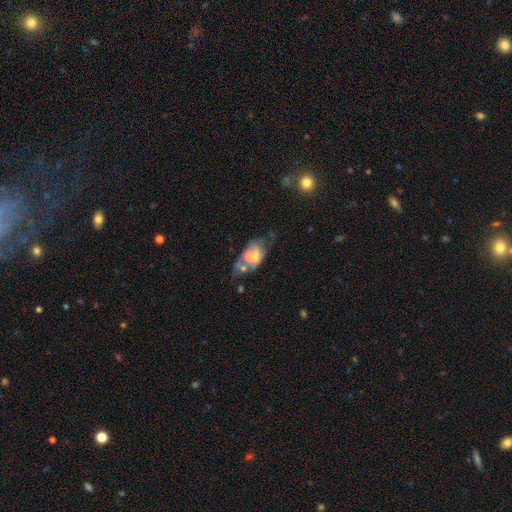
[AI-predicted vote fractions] The model was most divided on "merging": merger: 33%, none: 28%, minor disturbance: 20%, major disturbance: 19%. More confident: edge-on disk — no (92%); smooth or featured — featured or disk (52%).